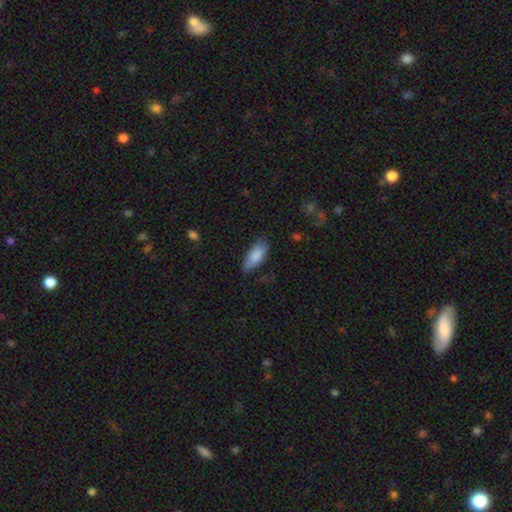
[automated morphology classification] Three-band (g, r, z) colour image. It shows a smooth galaxy with no disk features (85%) that is in between round and cigar-shaped (78%). Merging: none (75%).